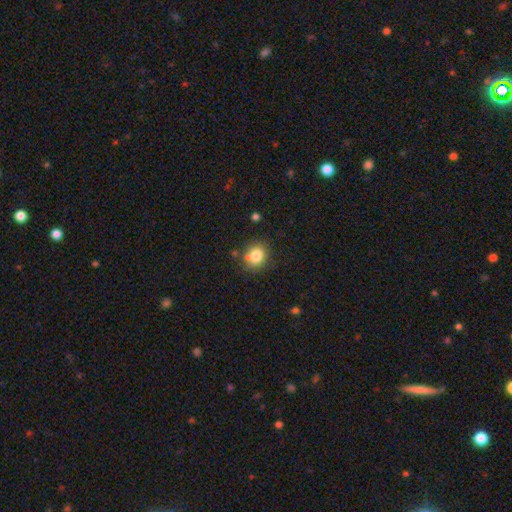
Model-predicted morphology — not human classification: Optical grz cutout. It shows a smooth galaxy with no disk features (81%) that is round (73%). Merging: none (73%).